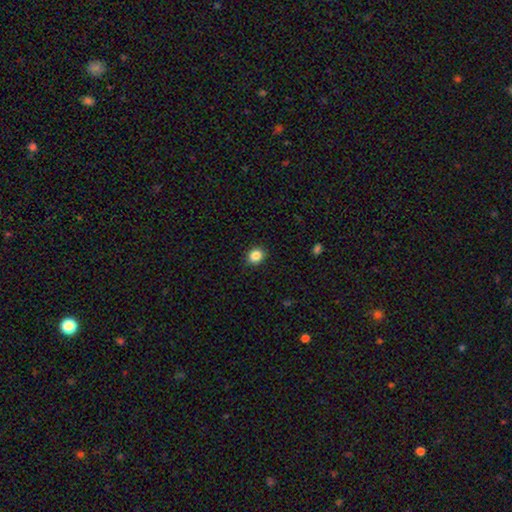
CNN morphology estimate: This appears to be a smooth galaxy with no disk features (86%) that is round (64%). Merging: none (90%).